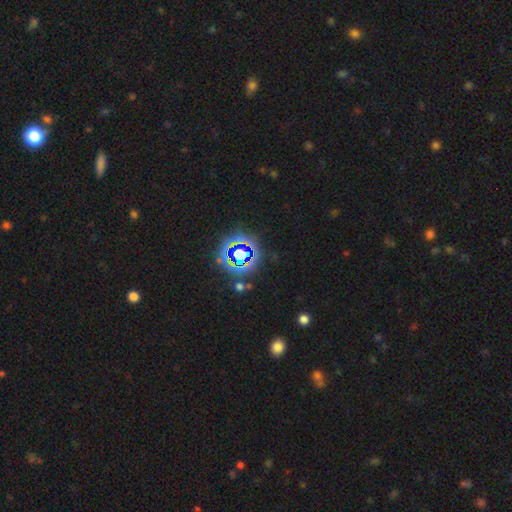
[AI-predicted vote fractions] Smooth or featured? Predicted: star or artifact (p=0.78).